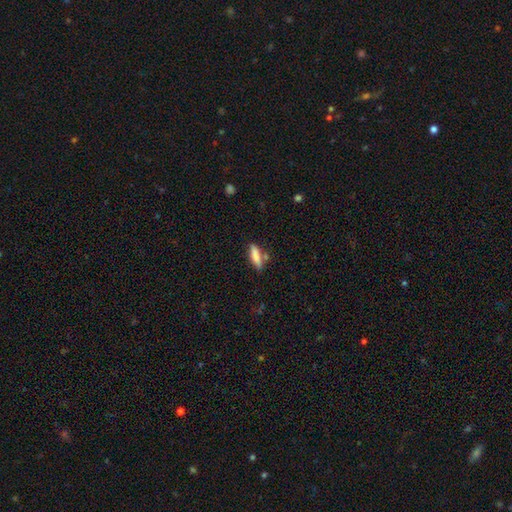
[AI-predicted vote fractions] Q: Smooth or featured?
A: smooth (80%); runner-up: featured or disk (13%)
Q: How rounded?
A: cigar-shaped (62%); runner-up: in between (36%)
Q: Merging?
A: none (67%); runner-up: minor disturbance (17%)